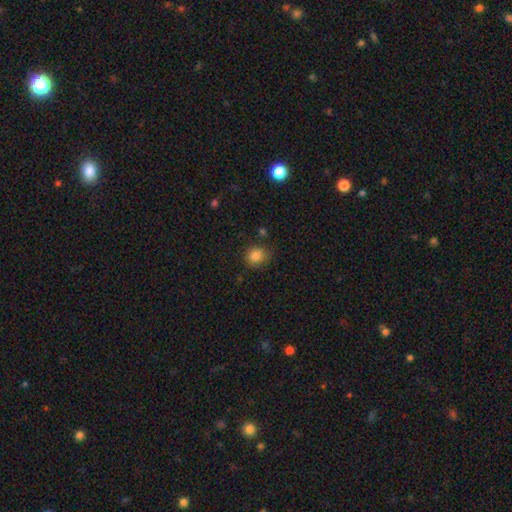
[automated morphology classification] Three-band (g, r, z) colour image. It shows a smooth galaxy with no disk features (84%) that is round (79%). Merging: none (81%).